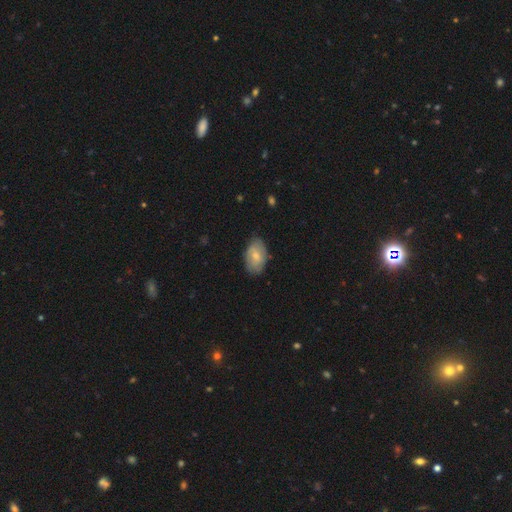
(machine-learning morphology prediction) Overall: smooth (67%; featured or disk 27%). How rounded: in between (92%). Merging: none (76%).